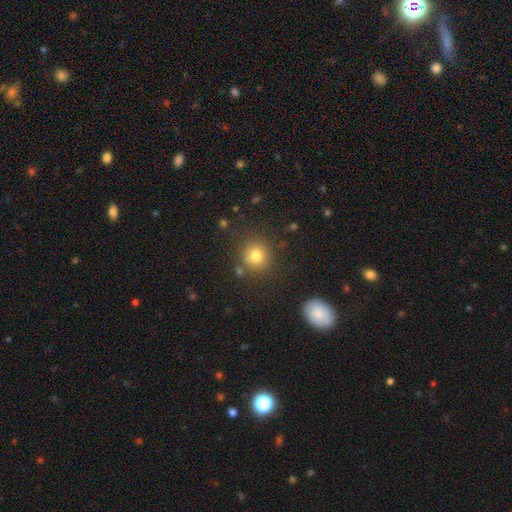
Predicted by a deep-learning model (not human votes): Morphology: type=smooth (78%); roundness=round (90%); merging=none (81%).